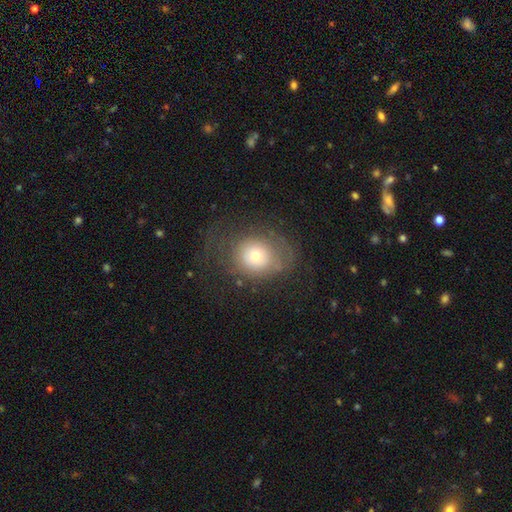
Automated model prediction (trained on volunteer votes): A smooth galaxy with no disk features (58%) that is round (69%). Merging: none (55%).